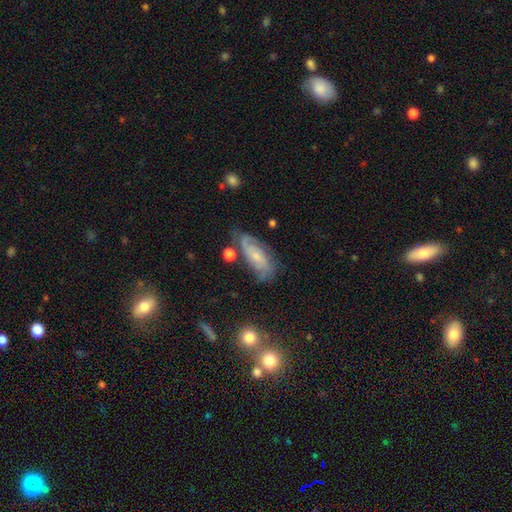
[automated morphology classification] The model was most divided on "spiral winding": medium: 41%, tight: 38%, loose: 21%. More confident: edge-on disk — no (91%); spiral arms — yes (90%); bulge size — small (68%); smooth or featured — featured or disk (66%); merging — none (64%); bar — no (63%); spiral arm count — 2 (59%).